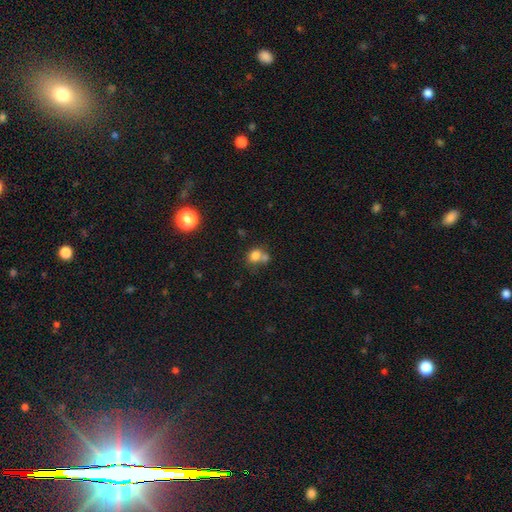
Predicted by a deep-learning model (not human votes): smooth-or-featured: smooth: 77% | star or artifact: 13% | featured or disk: 11%
  how-rounded: round: 64% | in between: 35% | cigar-shaped: 1%
  merging: merger: 44% | none: 40% | minor disturbance: 11% | major disturbance: 5%